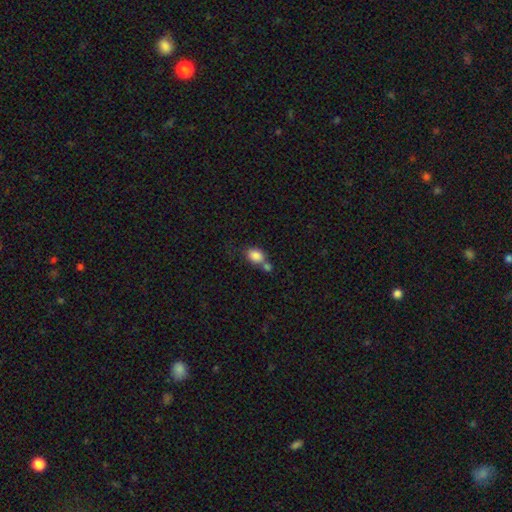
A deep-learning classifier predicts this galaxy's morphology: A smooth galaxy with no disk features (84%) that is in between round and cigar-shaped (64%). Merging: merger (44%).